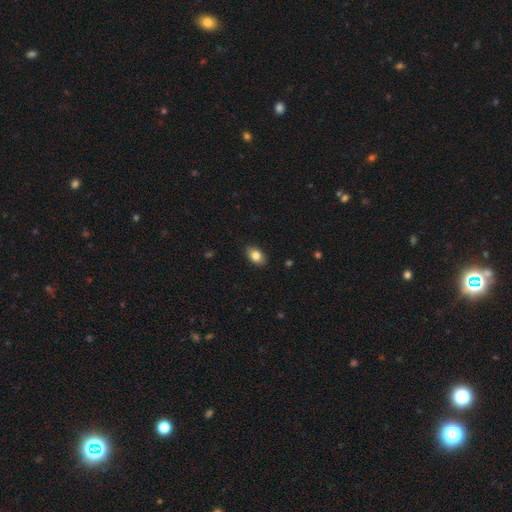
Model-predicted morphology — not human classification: The model was most divided on "smooth or featured": smooth: 84%, featured or disk: 8%, star or artifact: 8%. More confident: how rounded — in between (88%); merging — none (88%).